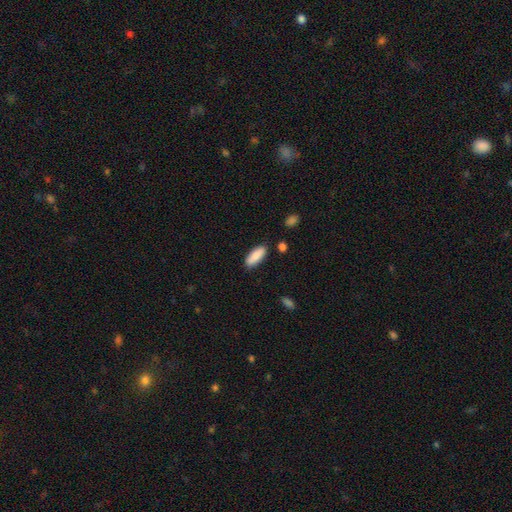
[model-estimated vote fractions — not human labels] Smooth or featured? Predicted: smooth (p=0.85). How rounded? Predicted: in between (p=0.70). Merging? Predicted: none (p=0.84).